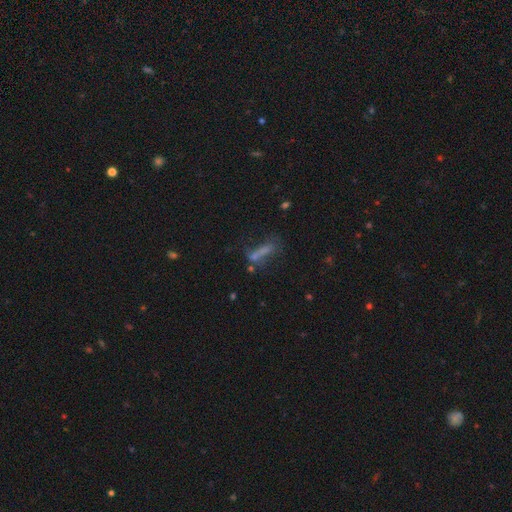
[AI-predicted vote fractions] Overall: smooth (50%; featured or disk 30%). Merging: none (47%; minor disturbance 20%).